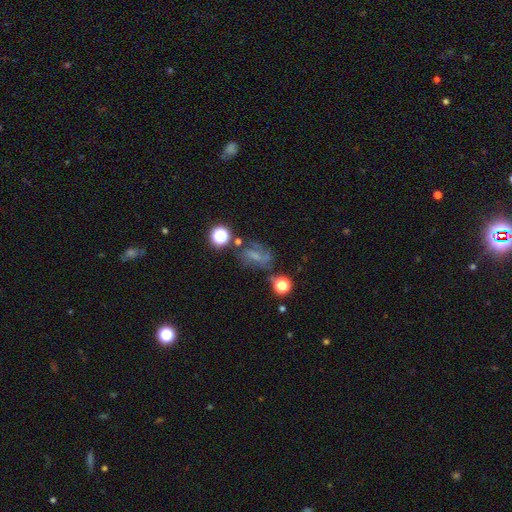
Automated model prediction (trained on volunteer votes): Morphology: type=featured or disk (39%); merging=none (51%).